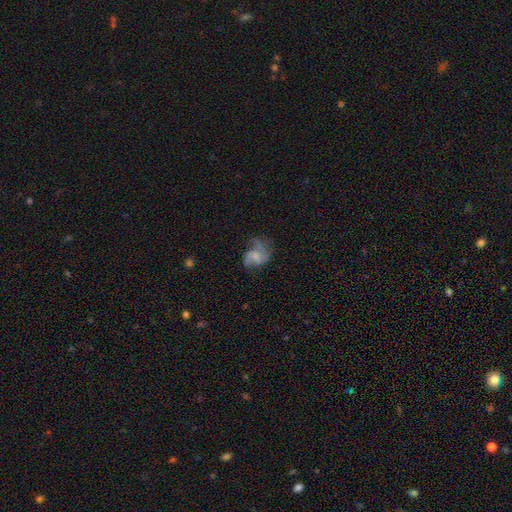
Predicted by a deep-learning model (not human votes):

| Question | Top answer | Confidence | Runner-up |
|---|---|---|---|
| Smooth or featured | featured or disk | 59% | smooth (31%) |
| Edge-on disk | no | 98% | yes (2%) |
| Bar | no | 62% | weak (32%) |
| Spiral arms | yes | 82% | no (18%) |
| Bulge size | small | 34% | tied: none (34%) |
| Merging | none | 40% | major disturbance (34%) |